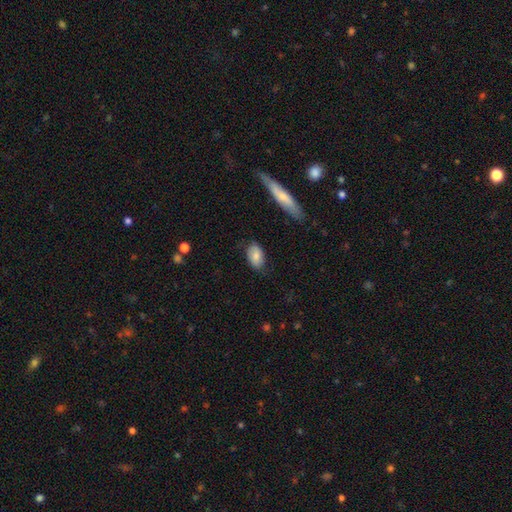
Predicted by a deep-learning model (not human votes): Smooth or featured: smooth — 79% (featured or disk — 14%)
How rounded: in between — 92% (round — 6%)
Merging: none — 79% (minor disturbance — 16%)